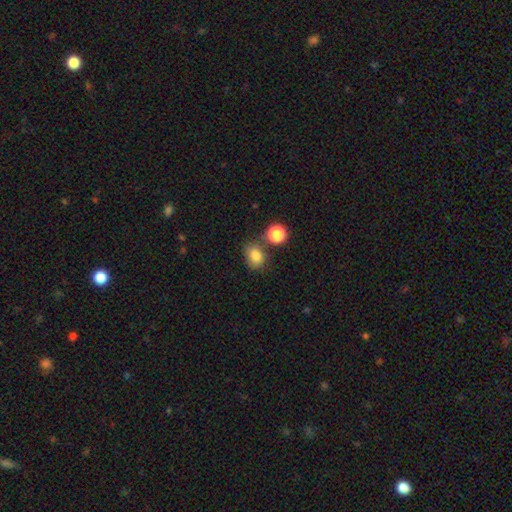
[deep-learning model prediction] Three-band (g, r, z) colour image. It shows a smooth galaxy with no disk features (82%) that is in between round and cigar-shaped (56%). Merging: none (60%).